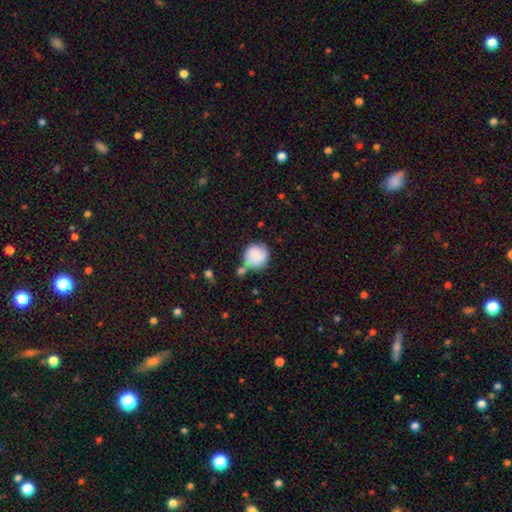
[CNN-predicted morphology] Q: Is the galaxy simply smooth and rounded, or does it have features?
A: smooth — 74%.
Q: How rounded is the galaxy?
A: round — 89%.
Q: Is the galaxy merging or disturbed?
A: none — 61%.